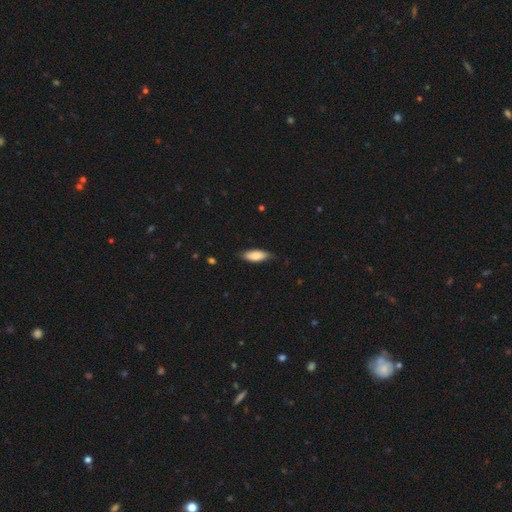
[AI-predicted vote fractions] Q: Smooth or featured?
A: smooth (82%); runner-up: featured or disk (12%)
Q: How rounded?
A: in between (77%); runner-up: cigar-shaped (21%)
Q: Merging?
A: none (76%); runner-up: minor disturbance (20%)